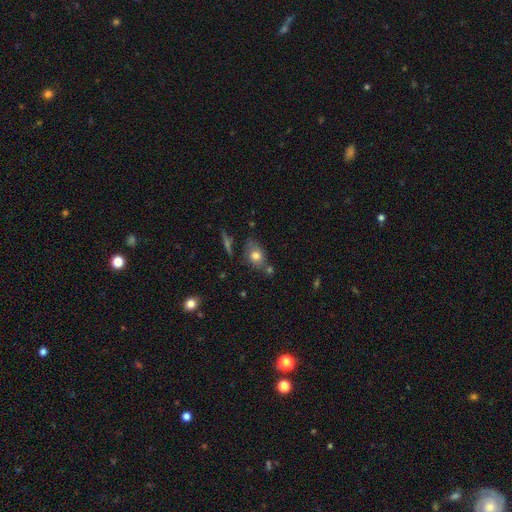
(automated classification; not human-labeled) The model was most divided on "merging": none: 61%, minor disturbance: 20%, merger: 13%, major disturbance: 6%. More confident: smooth or featured — smooth (75%); how rounded — in between (69%).